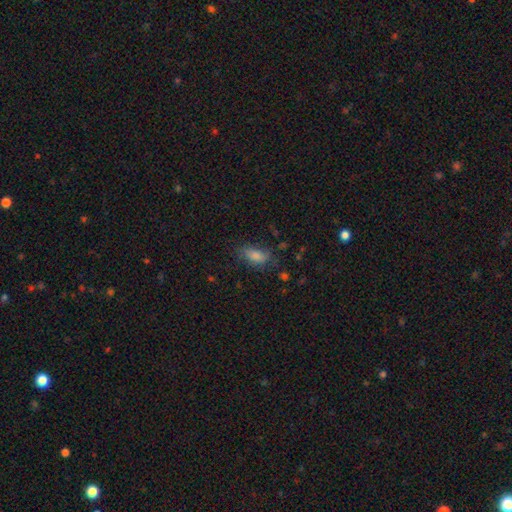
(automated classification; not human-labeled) A smooth galaxy with no disk features (75%) that is in between round and cigar-shaped (81%).

Vote fractions:
- Smooth or featured? smooth: 75% / star or artifact: 13% / featured or disk: 12%
- How rounded? in between: 81% / cigar-shaped: 13% / round: 5%
- Merging? none: 71% / minor disturbance: 20% / major disturbance: 7% / merger: 2%